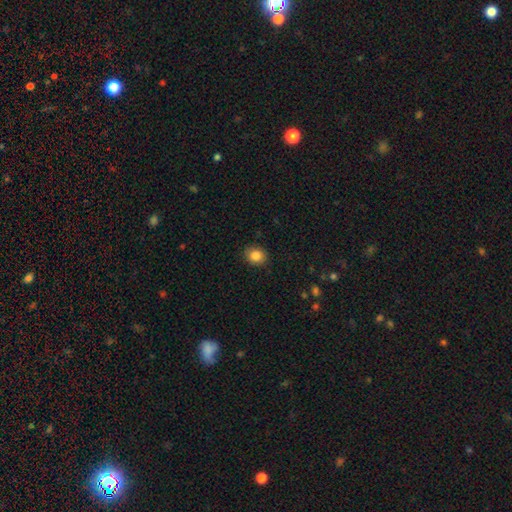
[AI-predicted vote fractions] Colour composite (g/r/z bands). It shows a smooth galaxy with no disk features (86%) that is round (69%). Merging: none (88%).